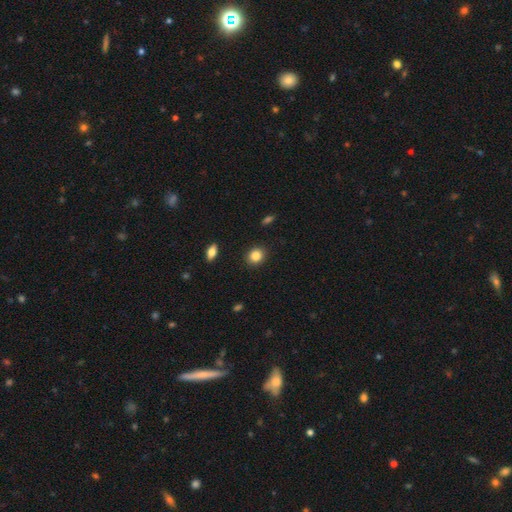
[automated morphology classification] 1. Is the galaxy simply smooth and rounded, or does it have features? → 85% smooth, 10% star or artifact, 5% featured or disk.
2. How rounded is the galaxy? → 74% round, 24% in between, 1% cigar-shaped.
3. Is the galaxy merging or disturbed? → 90% none, 7% minor disturbance, 2% major disturbance, 1% merger.